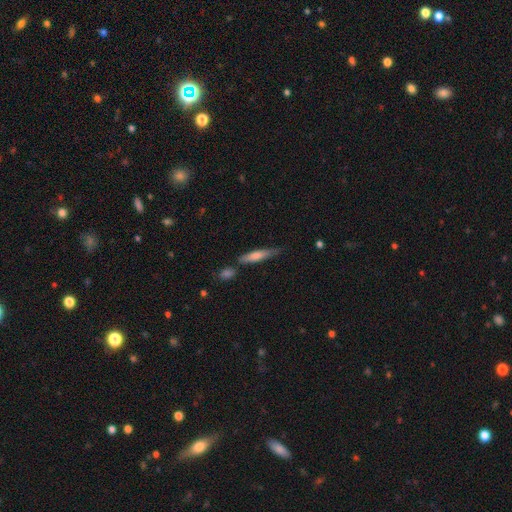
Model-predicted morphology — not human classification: A smooth galaxy with no disk features (61%) that is cigar-shaped (87%). Merging: none (70%).